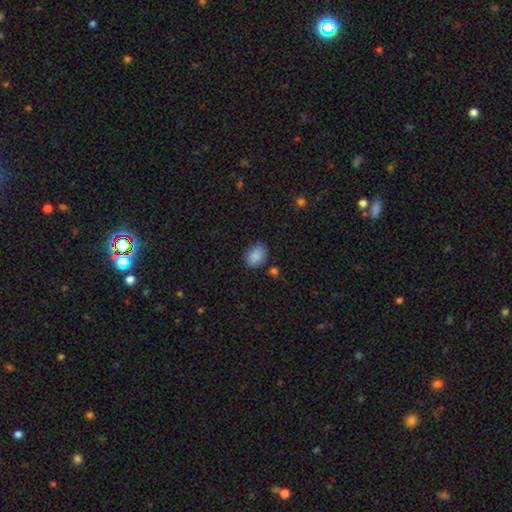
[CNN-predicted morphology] type=smooth (89%); roundness=in between (72%); merging=none (82%).